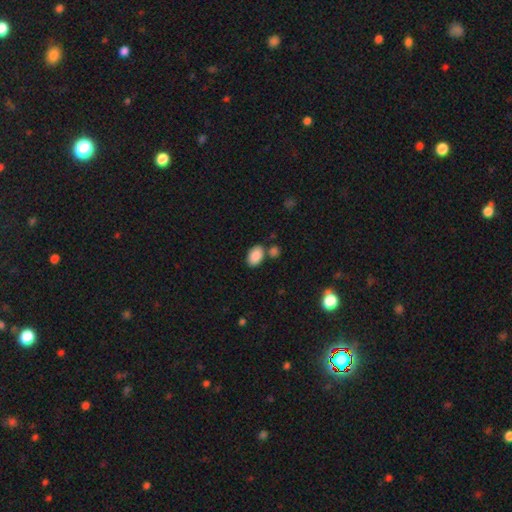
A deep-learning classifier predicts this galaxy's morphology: This is clearly a smooth galaxy (89%). How rounded: clearly in between (89%). Merging: likely none (70%).